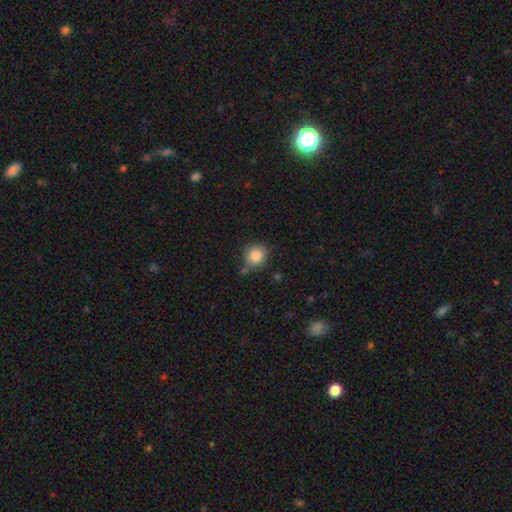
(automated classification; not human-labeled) Q: Smooth or featured?
A: smooth (85%); runner-up: star or artifact (9%)
Q: How rounded?
A: round (86%); runner-up: in between (13%)
Q: Merging?
A: none (71%); runner-up: minor disturbance (19%)